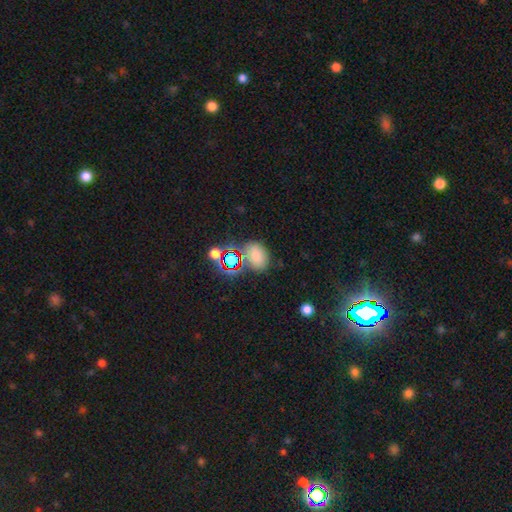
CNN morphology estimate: A smooth galaxy with no disk features (69%) that is in between round and cigar-shaped (66%).

Vote fractions:
- Smooth or featured? smooth: 69% / star or artifact: 22% / featured or disk: 10%
- How rounded? in between: 66% / round: 33% / cigar-shaped: 1%
- Merging? none: 69% / minor disturbance: 16% / merger: 10% / major disturbance: 6%